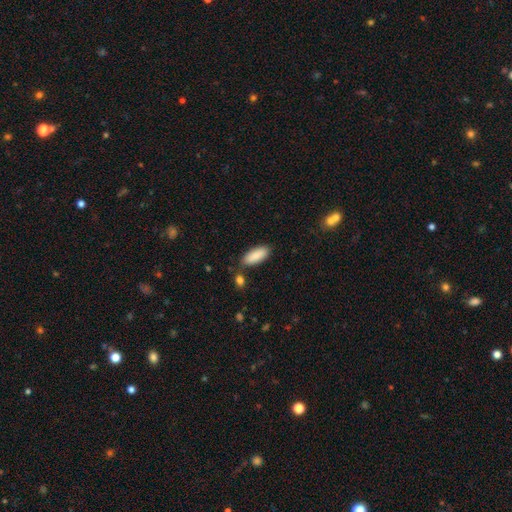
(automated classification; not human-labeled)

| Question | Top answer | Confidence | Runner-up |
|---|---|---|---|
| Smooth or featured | smooth | 89% | star or artifact (6%) |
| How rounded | in between | 78% | cigar-shaped (21%) |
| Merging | none | 80% | minor disturbance (12%) |